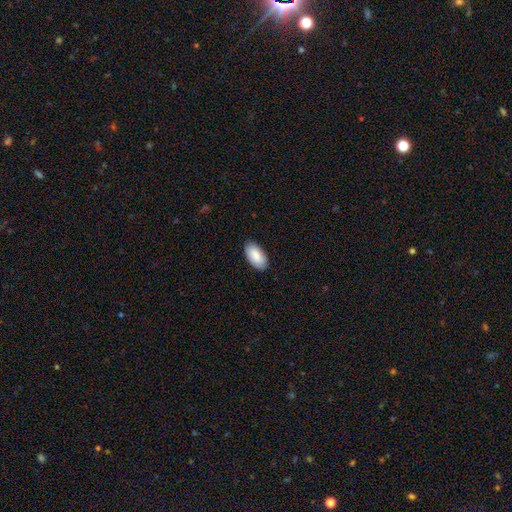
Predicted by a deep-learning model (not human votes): Smooth or featured? Predicted: smooth (p=0.89). How rounded? Predicted: in between (p=0.95). Merging? Predicted: none (p=0.87).